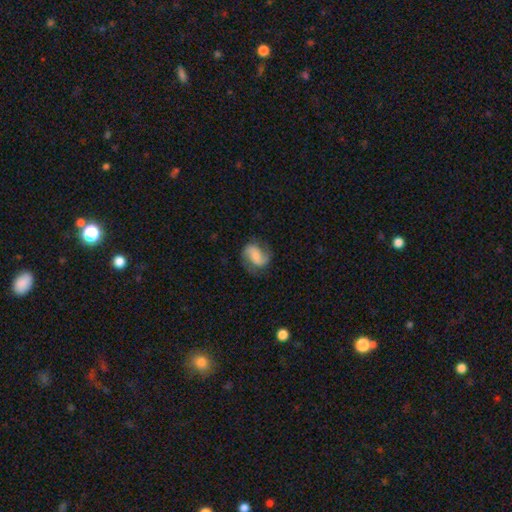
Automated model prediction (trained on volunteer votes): This appears to be a featured or disk galaxy (66%) with no bar (40%), 2 (88%) medium (43%) spiral arms (93%) and a small central bulge (43%). Merging: none (73%).